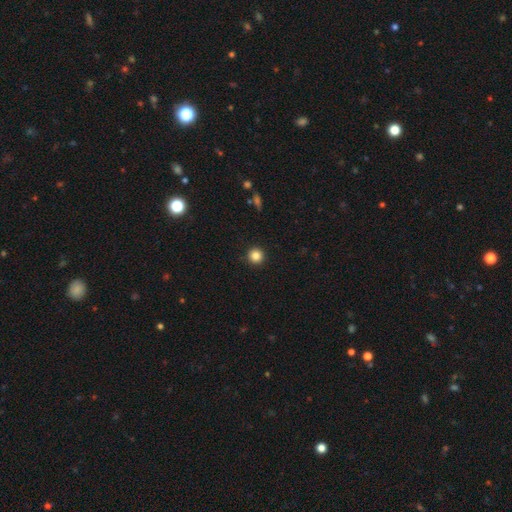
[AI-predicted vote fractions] Morphology: type=smooth (85%); roundness=round (96%); merging=none (93%).